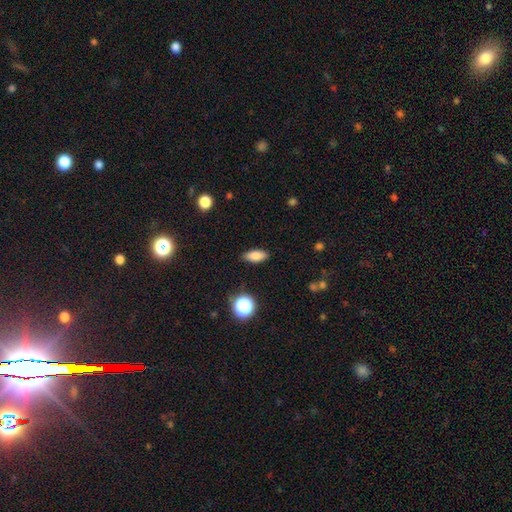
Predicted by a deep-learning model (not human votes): The model was most divided on "how rounded": in between: 80%, cigar-shaped: 16%, round: 5%. More confident: merging — none (87%); smooth or featured — smooth (82%).